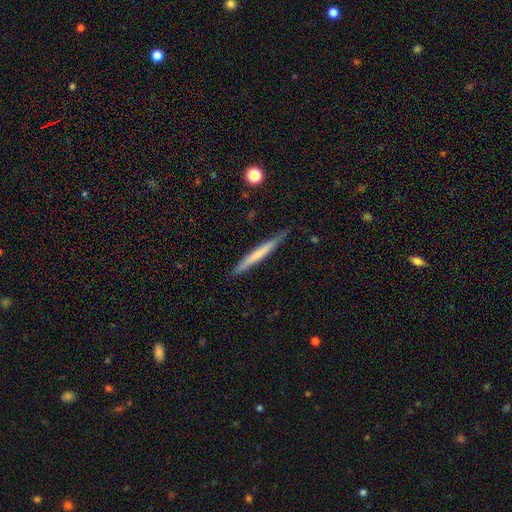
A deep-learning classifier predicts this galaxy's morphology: smooth 55%, featured or disk 40%, star or artifact 5%. Down the decision tree: how rounded — cigar-shaped (97%); merging — none (84%).